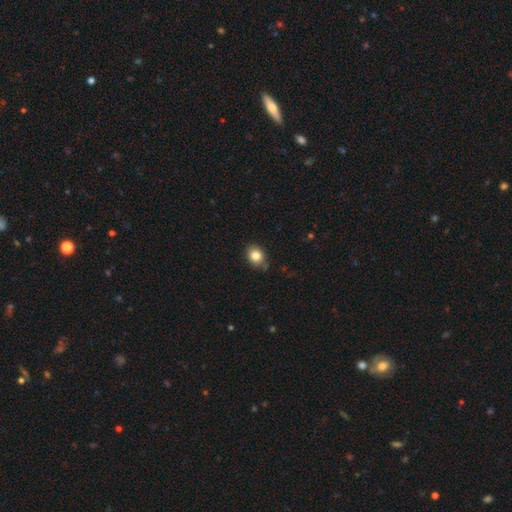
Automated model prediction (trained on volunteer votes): A smooth galaxy with no disk features (83%) that is round (54%).

Vote fractions:
- Smooth or featured? smooth: 83% / star or artifact: 10% / featured or disk: 7%
- How rounded? round: 54% / in between: 45% / cigar-shaped: 1%
- Merging? none: 78% / minor disturbance: 17% / major disturbance: 3% / merger: 2%